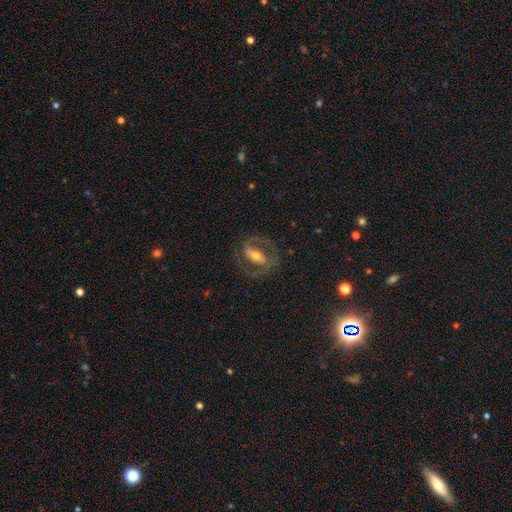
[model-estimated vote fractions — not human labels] The model was most divided on "spiral winding": medium: 49%, tight: 33%, loose: 18%. Remaining: edge-on disk — no (93%); spiral arm count — 2 (85%); smooth or featured — featured or disk (79%); spiral arms — yes (79%); merging — none (76%); bulge size — moderate (62%); bar — strong (49%).